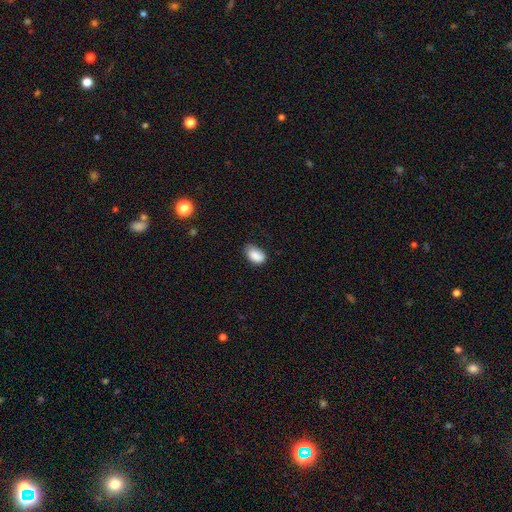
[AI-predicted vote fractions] A smooth galaxy with no disk features (88%) that is in between round and cigar-shaped (92%). Merging: none (65%).